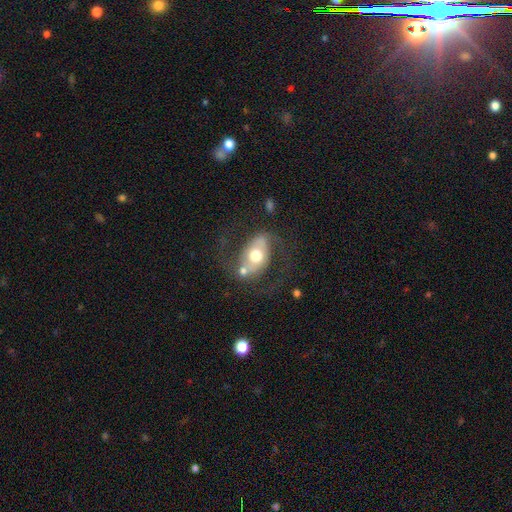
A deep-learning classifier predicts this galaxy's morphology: type=featured or disk (66%); edge-on=no (94%); bar=no (54%); spiral arms=yes (71%); bulge=moderate (65%); merging=none (57%).